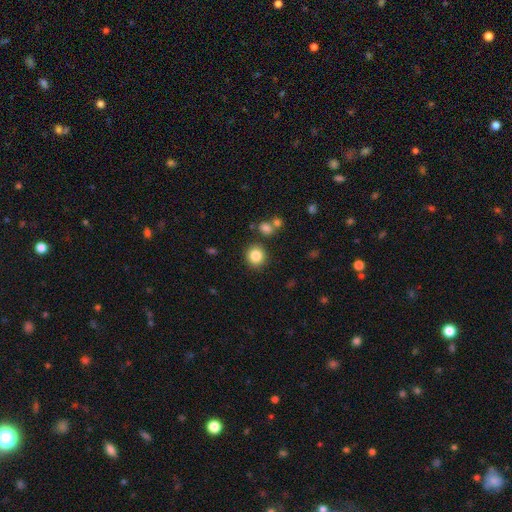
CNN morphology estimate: type=smooth (84%); roundness=round (87%); merging=none (85%).